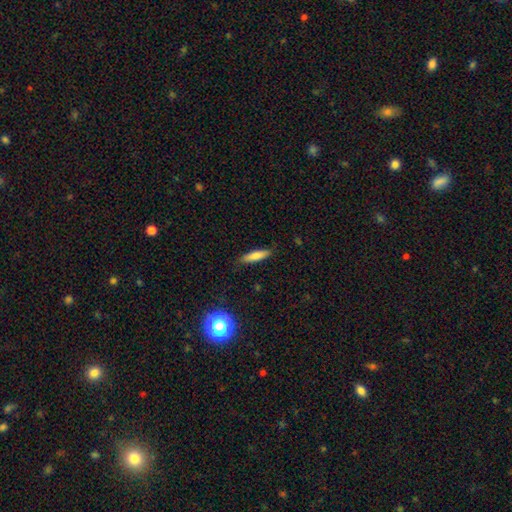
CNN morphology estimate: smooth-or-featured: smooth: 77% | featured or disk: 15% | star or artifact: 8%
  how-rounded: cigar-shaped: 72% | in between: 26% | round: 2%
  merging: none: 85% | minor disturbance: 11% | major disturbance: 2% | merger: 1%